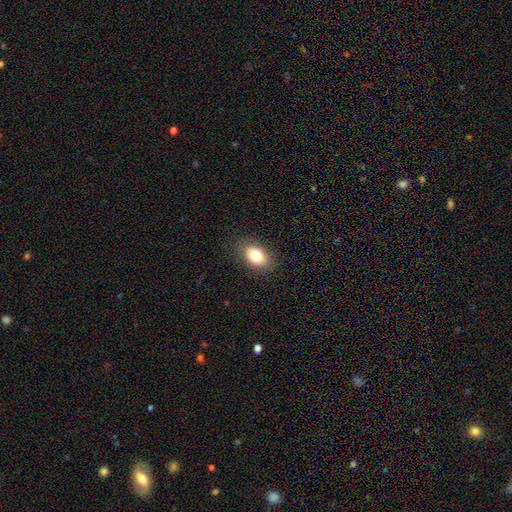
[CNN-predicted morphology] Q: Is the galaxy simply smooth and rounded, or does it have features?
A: smooth — 81%.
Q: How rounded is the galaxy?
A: in between — 86%.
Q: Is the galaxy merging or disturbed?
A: none — 86%.